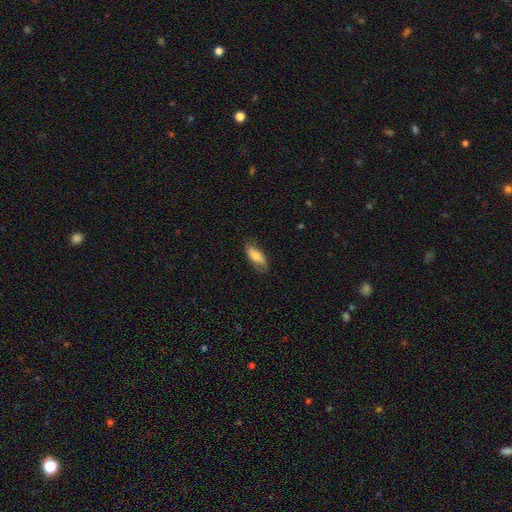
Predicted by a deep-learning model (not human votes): A smooth galaxy with no disk features (71%) that is in between round and cigar-shaped (76%). Merging: none (75%).